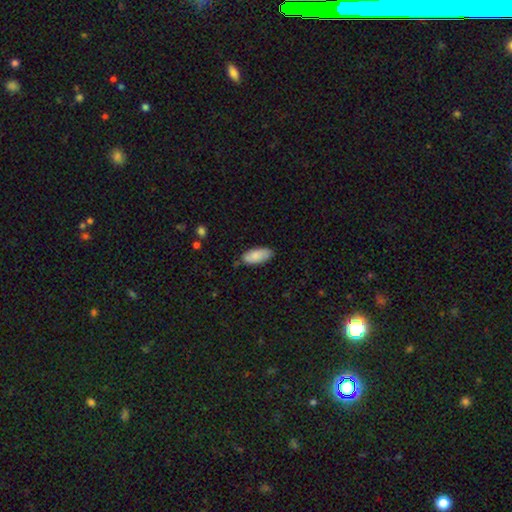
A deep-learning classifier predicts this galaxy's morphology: smooth-or-featured: smooth: 84% | featured or disk: 10% | star or artifact: 6%
  how-rounded: in between: 88% | cigar-shaped: 10% | round: 2%
  merging: none: 76% | minor disturbance: 20% | major disturbance: 3% | merger: 2%